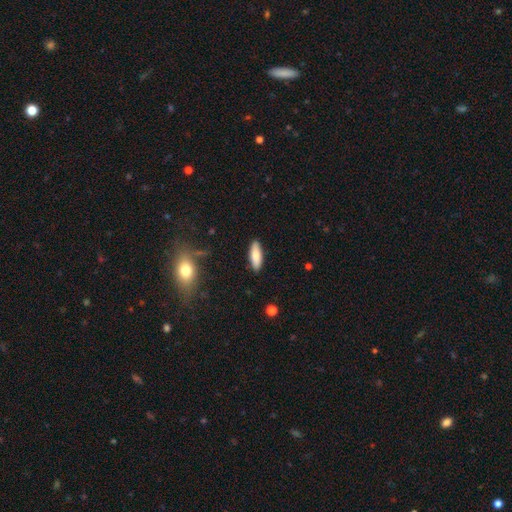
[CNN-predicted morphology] This is clearly a smooth galaxy (81%). How rounded: possibly in between (56%). Merging: clearly none (88%).